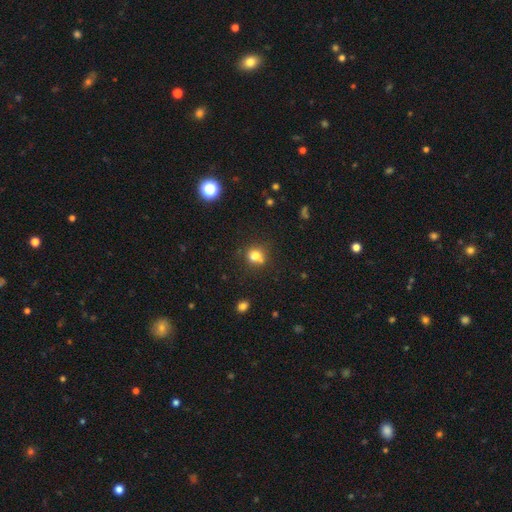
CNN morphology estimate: This appears to be a smooth galaxy with no disk features (77%) that is round (78%). Merging: none (57%).